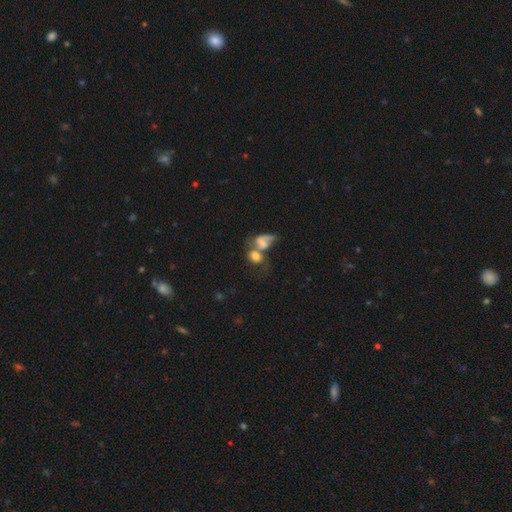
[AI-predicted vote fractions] This appears to be a smooth galaxy with no disk features (61%) that is in between round and cigar-shaped (59%). Merging: merger (66%).